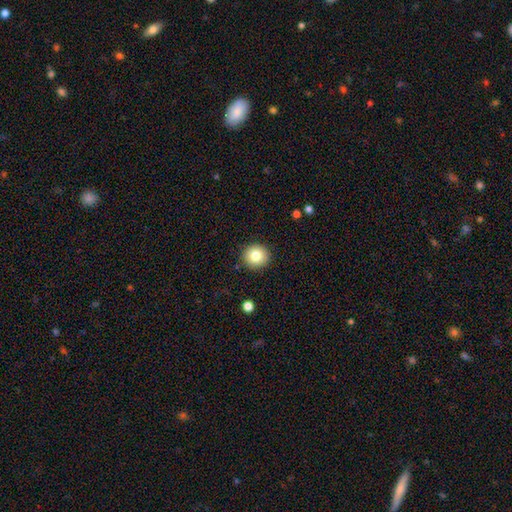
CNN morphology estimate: smooth 82%, star or artifact 10%, featured or disk 9%. Down the decision tree: how rounded — round (92%); merging — none (91%).